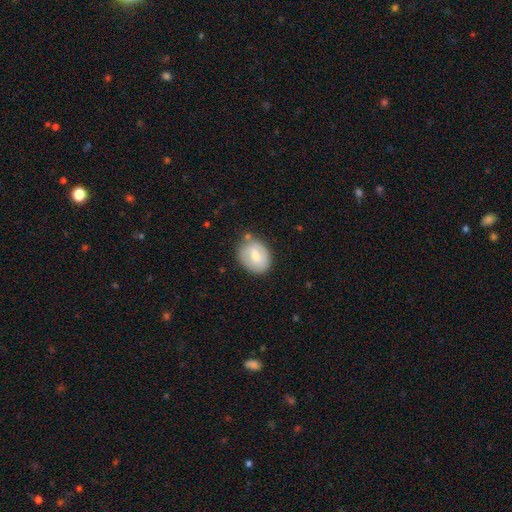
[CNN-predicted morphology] Smooth or featured? smooth (63%)
How rounded? in between (55%)
Merging? none (71%)